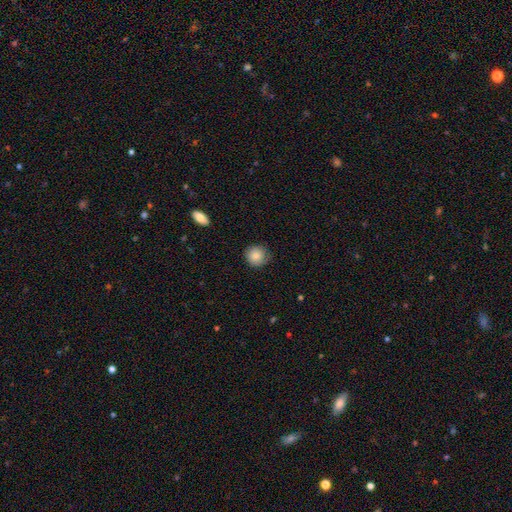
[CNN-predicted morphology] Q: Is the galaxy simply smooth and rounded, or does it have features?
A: smooth — 84%.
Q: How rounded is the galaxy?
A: round — 91%.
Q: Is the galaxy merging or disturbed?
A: none — 80%.